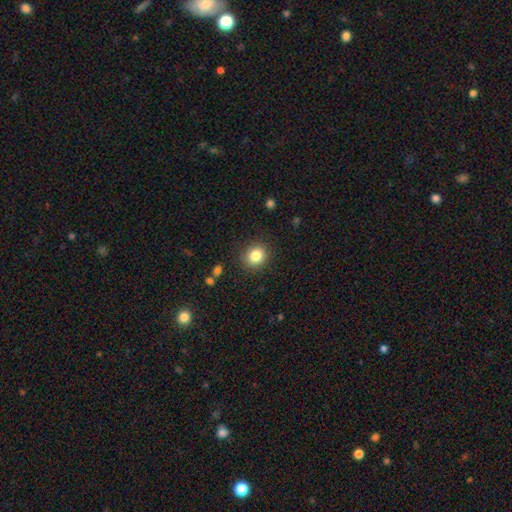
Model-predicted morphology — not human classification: Smooth or featured? smooth (84%)
How rounded? round (80%)
Merging? none (88%)